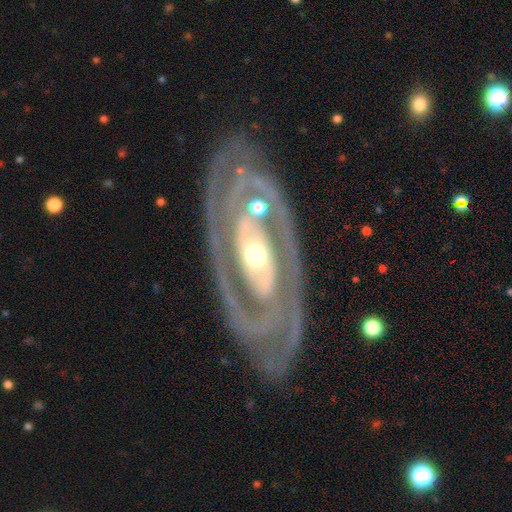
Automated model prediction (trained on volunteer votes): smooth-or-featured: featured or disk: 87% | smooth: 8% | star or artifact: 4%
  disk-edge-on: no: 92% | yes: 8%
    bar: no: 60% | weak: 20% | strong: 20%
    has-spiral-arms: yes: 76% | no: 24%
      spiral-winding: tight: 63% | medium: 27% | loose: 10%
      spiral-arm-count: 2: 61% | can't tell: 19% | 3: 7% | 1: 6% | 4: 3% | more than 4: 3%
    bulge-size: moderate: 62% | small: 29% | large: 6% | dominant: 1% | none: 1%
  merging: none: 72% | minor disturbance: 16% | major disturbance: 8% | merger: 4%